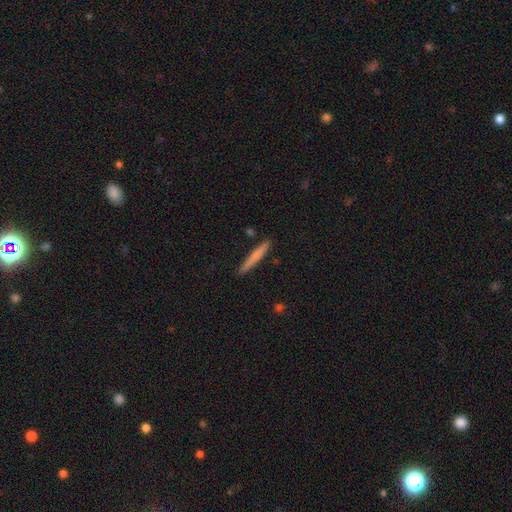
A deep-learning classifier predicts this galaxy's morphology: Overall: smooth (67%; featured or disk 27%). How rounded: cigar-shaped (96%). Merging: none (88%).